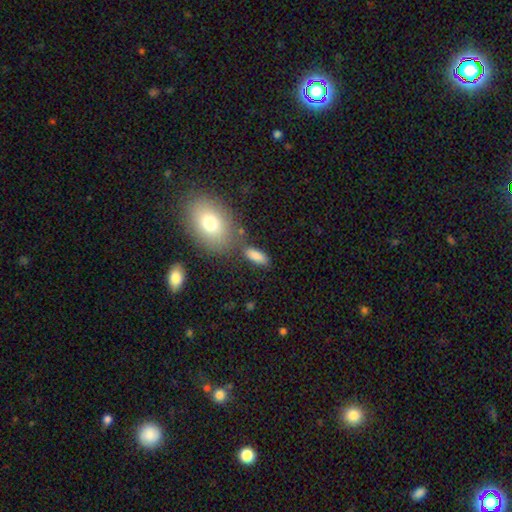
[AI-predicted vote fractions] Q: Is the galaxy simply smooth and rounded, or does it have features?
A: smooth — 84%.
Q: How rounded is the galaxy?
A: in between — 77%.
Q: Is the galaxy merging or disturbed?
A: none — 69%.